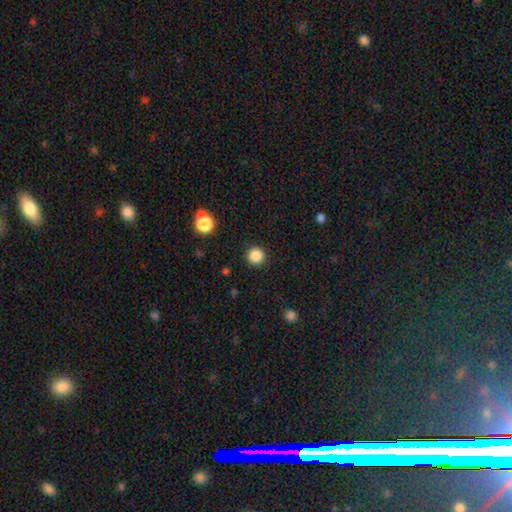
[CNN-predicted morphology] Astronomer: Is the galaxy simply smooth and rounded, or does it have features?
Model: smooth — 85%.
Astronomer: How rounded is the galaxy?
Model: round — 95%.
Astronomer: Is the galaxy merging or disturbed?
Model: none — 91%.